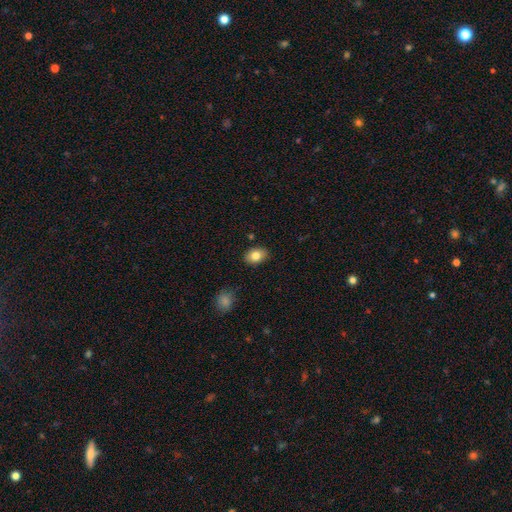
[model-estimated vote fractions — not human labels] Smooth or featured: smooth — 82% (featured or disk — 10%)
How rounded: in between — 76% (round — 23%)
Merging: none — 86% (minor disturbance — 10%)